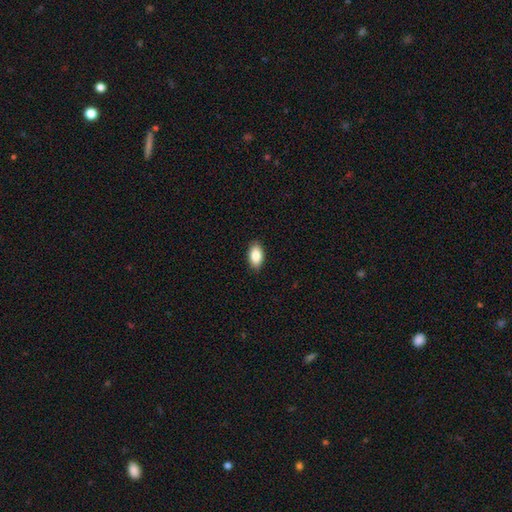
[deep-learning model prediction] Smooth or featured? Predicted: smooth (p=0.86). How rounded? Predicted: in between (p=0.93). Merging? Predicted: none (p=0.89).